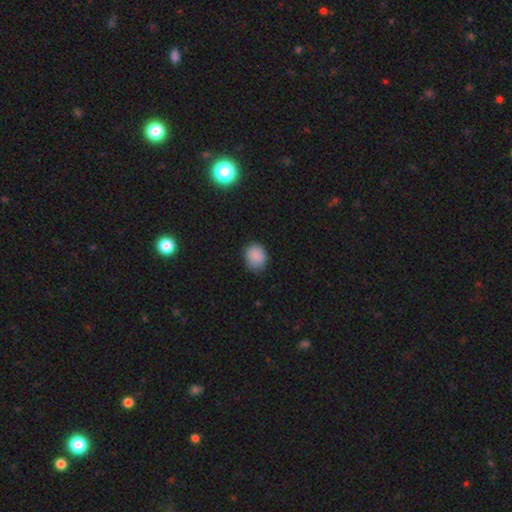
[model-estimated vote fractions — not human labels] smooth_or_featured: smooth (p=0.86) [alt: star or artifact p=0.09]
how_rounded: round (p=0.62) [alt: in between p=0.37]
merging: none (p=0.74) [alt: minor disturbance p=0.21]